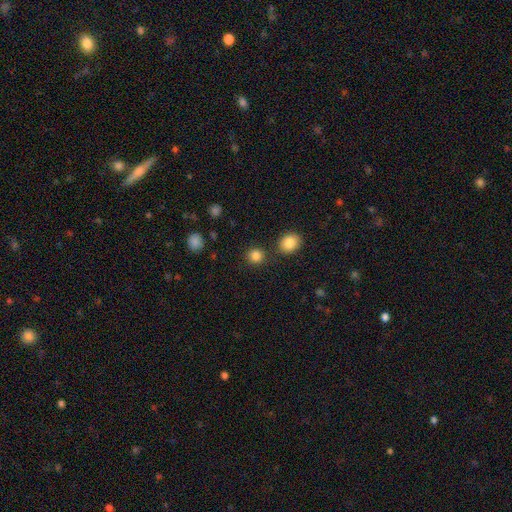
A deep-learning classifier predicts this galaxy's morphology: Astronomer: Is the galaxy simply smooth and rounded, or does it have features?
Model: smooth — 85%.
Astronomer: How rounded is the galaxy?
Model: round — 90%.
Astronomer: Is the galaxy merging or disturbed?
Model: none — 84%.